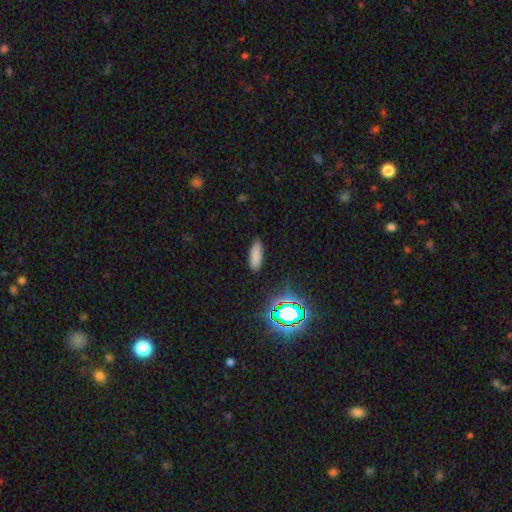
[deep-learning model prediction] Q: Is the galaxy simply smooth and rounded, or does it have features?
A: smooth — 79%.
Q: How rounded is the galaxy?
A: in between — 61%.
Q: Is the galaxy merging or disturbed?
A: none — 85%.